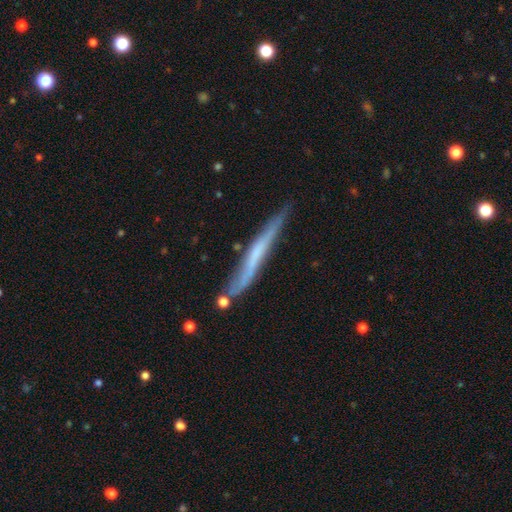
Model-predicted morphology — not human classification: Smooth or featured?
  - featured or disk: 55% *
  - smooth: 38%
  - star or artifact: 7%
Edge-on disk?
  - yes: 90% *
  - no: 10%
Merging?
  - none: 71% *
  - minor disturbance: 20%
  - merger: 5%
  - major disturbance: 4%